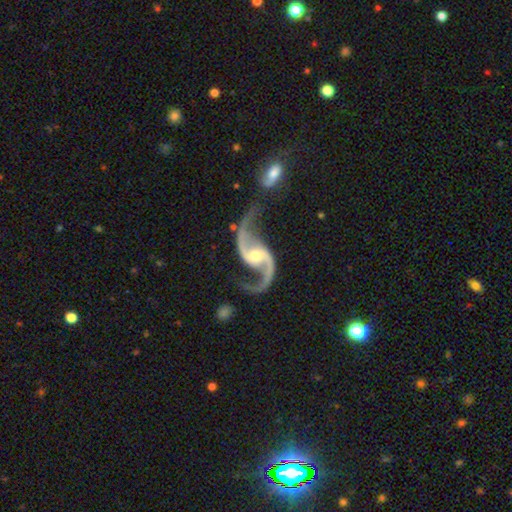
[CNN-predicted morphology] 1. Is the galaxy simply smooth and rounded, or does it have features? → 94% featured or disk, 4% star or artifact, 2% smooth.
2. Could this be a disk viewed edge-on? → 98% no, 2% yes.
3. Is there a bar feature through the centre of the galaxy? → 42% no, 38% weak, 20% strong.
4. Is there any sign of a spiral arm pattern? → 98% yes, 2% no.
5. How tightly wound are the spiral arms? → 73% loose, 22% medium, 5% tight.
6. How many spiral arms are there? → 95% 2, 2% 1, 1% can't tell, 1% 3, 1% 4, 1% more than 4.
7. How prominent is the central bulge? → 58% moderate, 36% small, 4% large, 2% none, 1% dominant.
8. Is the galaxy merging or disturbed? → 62% none, 17% minor disturbance, 12% major disturbance, 9% merger.